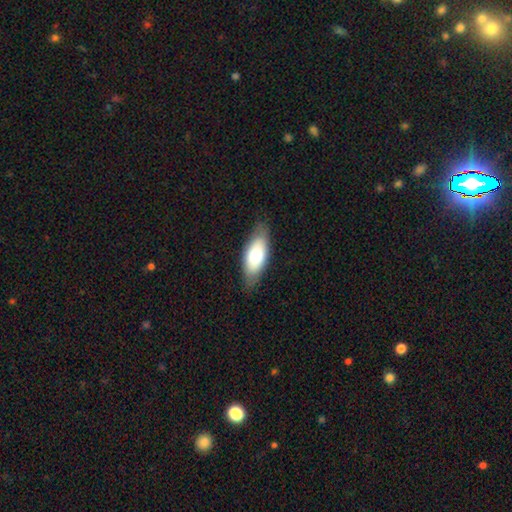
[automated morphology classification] smooth-or-featured: smooth: 69% | featured or disk: 25% | star or artifact: 6%
  how-rounded: in between: 85% | cigar-shaped: 12% | round: 3%
  merging: none: 79% | minor disturbance: 16% | major disturbance: 3% | merger: 1%